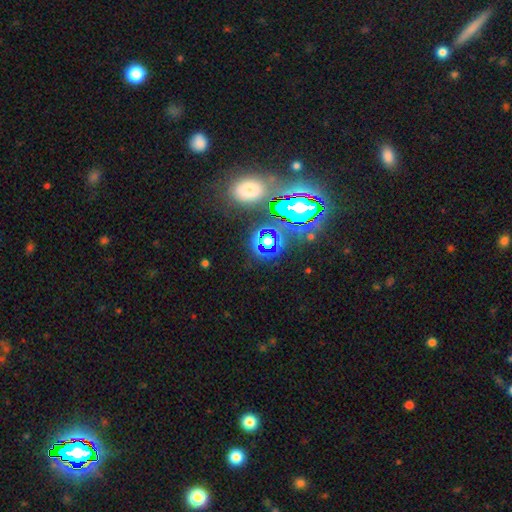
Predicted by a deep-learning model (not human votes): This is likely a star or artifact rather than a galaxy (72%).